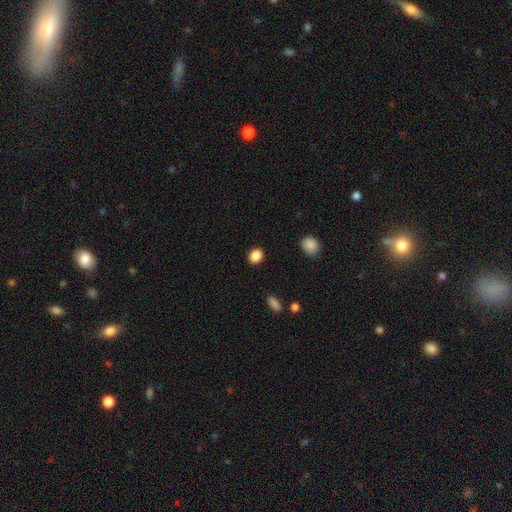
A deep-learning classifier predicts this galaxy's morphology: smooth_or_featured: smooth (p=0.87) [alt: star or artifact p=0.09]
how_rounded: round (p=0.58) [alt: in between p=0.40]
merging: none (p=0.90) [alt: minor disturbance p=0.07]